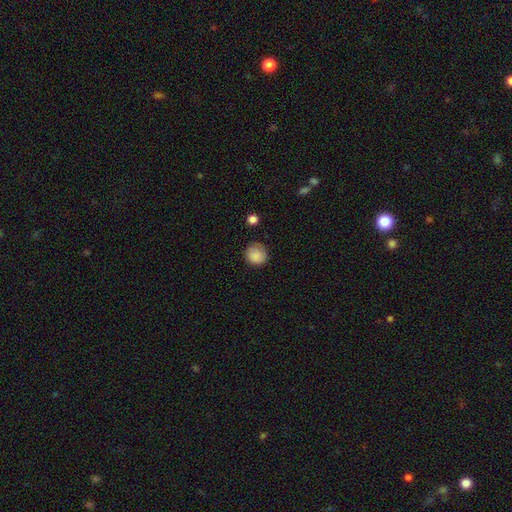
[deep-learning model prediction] Smooth or featured: smooth — 85% (star or artifact — 8%)
How rounded: round — 89% (in between — 10%)
Merging: none — 78% (minor disturbance — 16%)